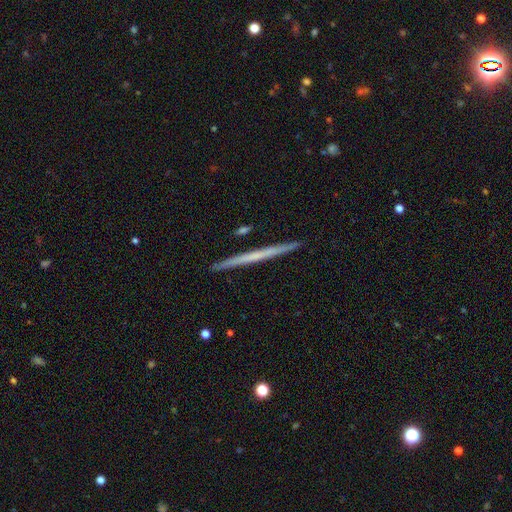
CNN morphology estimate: Overall: featured or disk (54%; smooth 41%). Edge-on disk: yes (98%). Edge-on bulge: none (90%). Merging: none (93%).